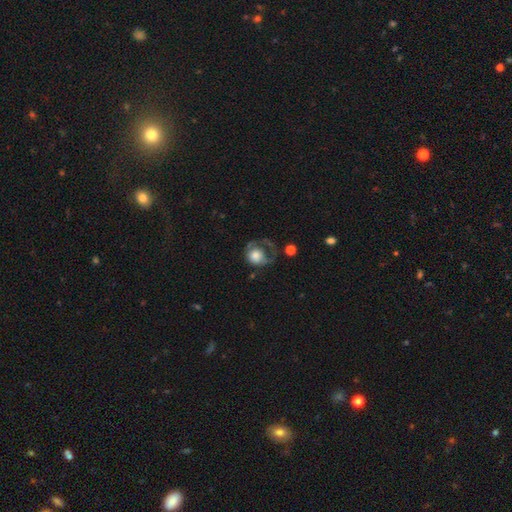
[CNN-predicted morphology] Overall: smooth (61%; featured or disk 31%). How rounded: round (74%). Merging: major disturbance (51%; none 25%).